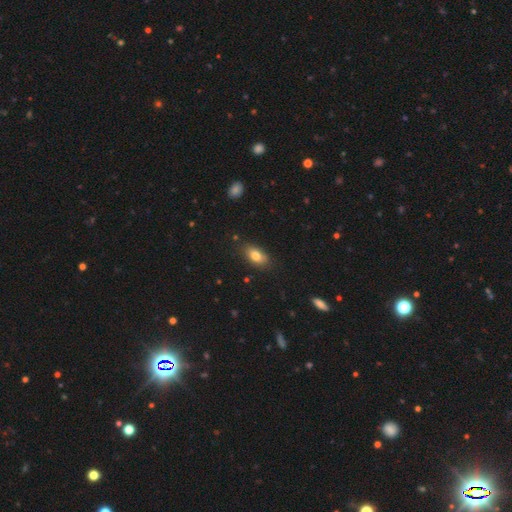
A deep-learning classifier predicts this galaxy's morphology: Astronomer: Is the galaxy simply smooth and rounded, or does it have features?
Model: smooth — 81%.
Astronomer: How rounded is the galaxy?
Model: in between — 88%.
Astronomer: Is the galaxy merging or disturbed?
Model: none — 82%.